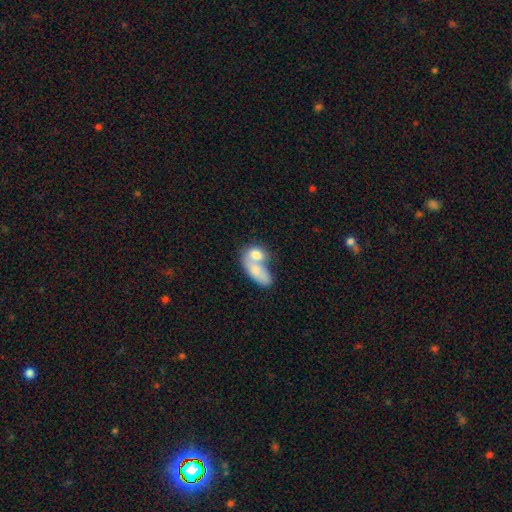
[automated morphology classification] Q: Smooth or featured?
A: smooth (71%); runner-up: featured or disk (22%)
Q: How rounded?
A: in between (73%); runner-up: round (21%)
Q: Merging?
A: merger (72%); runner-up: none (15%)